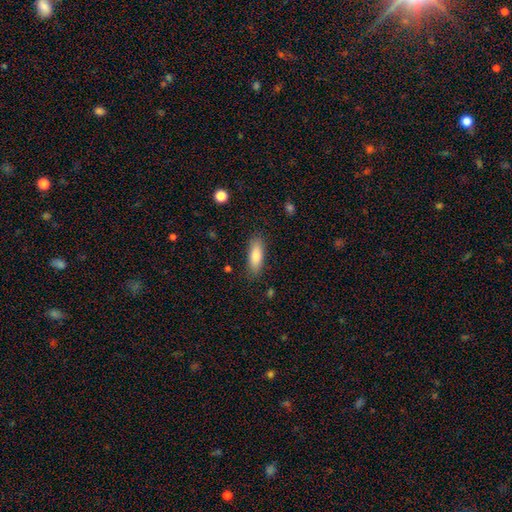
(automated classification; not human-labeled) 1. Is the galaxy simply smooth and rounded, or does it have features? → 81% smooth, 12% featured or disk, 7% star or artifact.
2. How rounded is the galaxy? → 60% in between, 38% cigar-shaped, 2% round.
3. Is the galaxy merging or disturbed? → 85% none, 11% minor disturbance, 3% major disturbance, 1% merger.